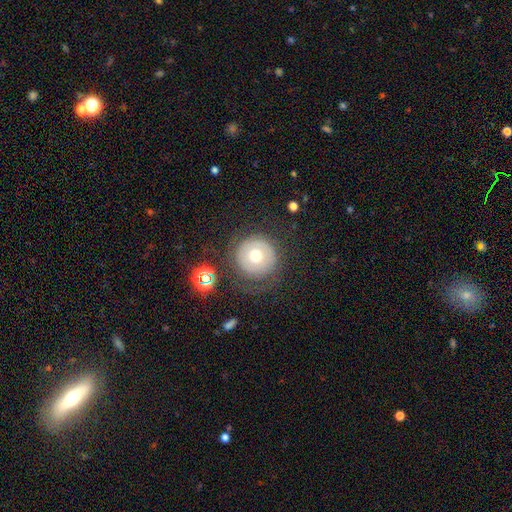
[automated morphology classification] smooth-or-featured: smooth: 57% | featured or disk: 32% | star or artifact: 10%
  how-rounded: round: 95% | in between: 4% | cigar-shaped: 1%
  merging: none: 69% | minor disturbance: 15% | major disturbance: 14% | merger: 2%